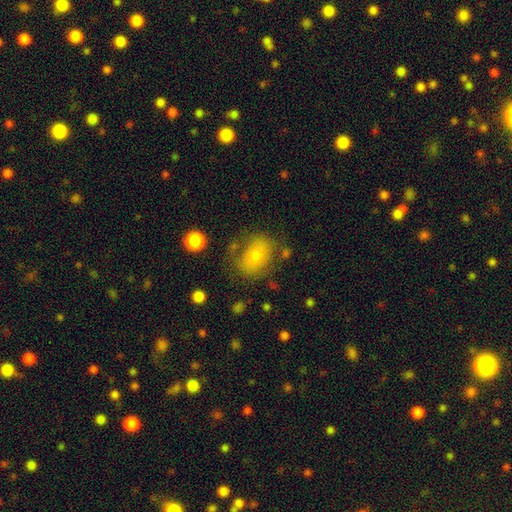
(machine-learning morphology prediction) type=smooth (68%); roundness=in between (53%); merging=none (63%).